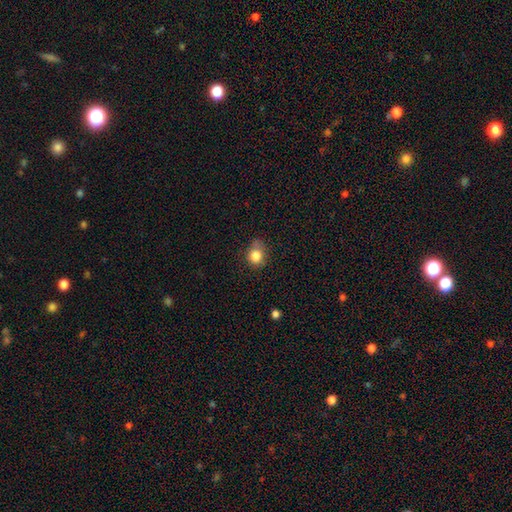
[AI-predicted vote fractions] smooth-or-featured: smooth: 83% | star or artifact: 11% | featured or disk: 7%
  how-rounded: round: 72% | in between: 27% | cigar-shaped: 1%
  merging: none: 60% | minor disturbance: 29% | major disturbance: 7% | merger: 3%